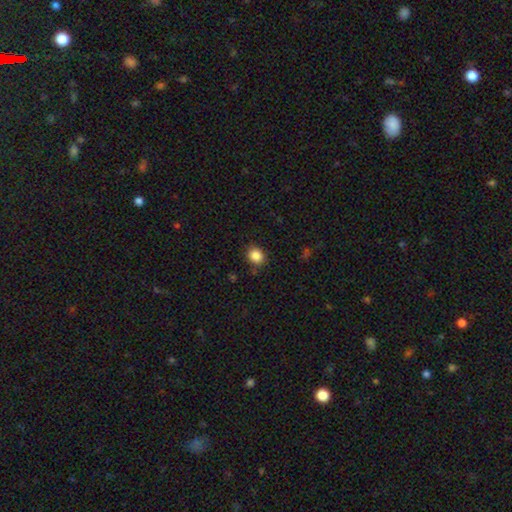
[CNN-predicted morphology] A smooth galaxy with no disk features (86%) that is round (68%).

Vote fractions:
- Smooth or featured? smooth: 86% / star or artifact: 10% / featured or disk: 4%
- How rounded? round: 68% / in between: 31% / cigar-shaped: 1%
- Merging? none: 85% / minor disturbance: 11% / major disturbance: 3% / merger: 2%